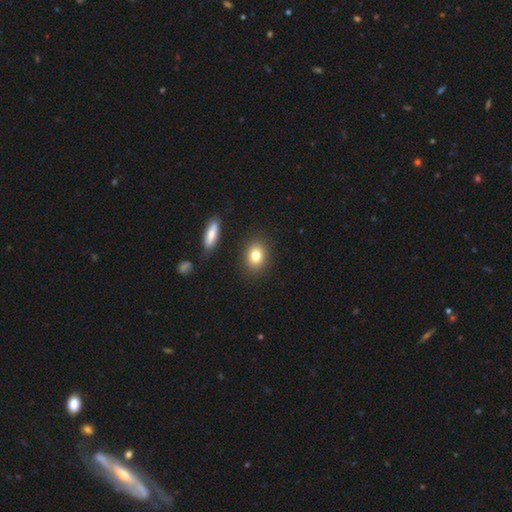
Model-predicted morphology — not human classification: smooth-or-featured: smooth: 81% | star or artifact: 10% | featured or disk: 10%
  how-rounded: in between: 58% | round: 40% | cigar-shaped: 2%
  merging: none: 86% | minor disturbance: 8% | merger: 3% | major disturbance: 3%